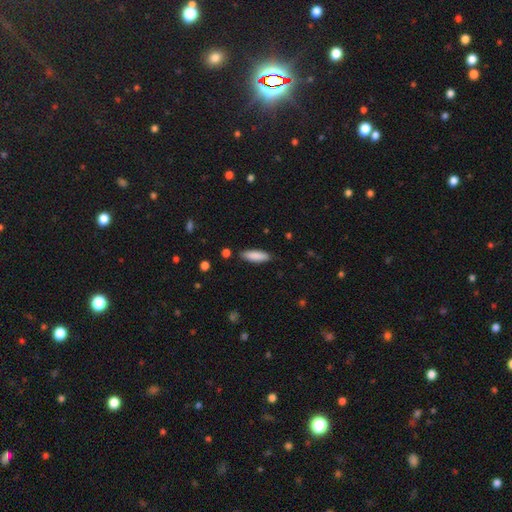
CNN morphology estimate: type=smooth (87%); roundness=cigar-shaped (51%); merging=none (86%).